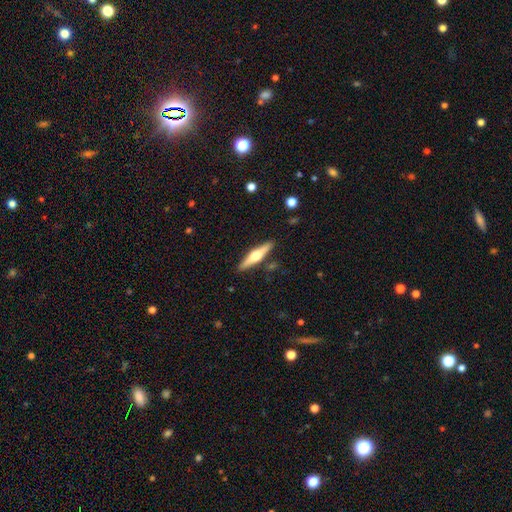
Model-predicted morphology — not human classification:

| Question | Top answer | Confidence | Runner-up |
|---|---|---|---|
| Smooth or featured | featured or disk | 62% | smooth (33%) |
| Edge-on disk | yes | 96% | no (4%) |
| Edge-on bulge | rounded | 94% | boxy (4%) |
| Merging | none | 88% | minor disturbance (8%) |